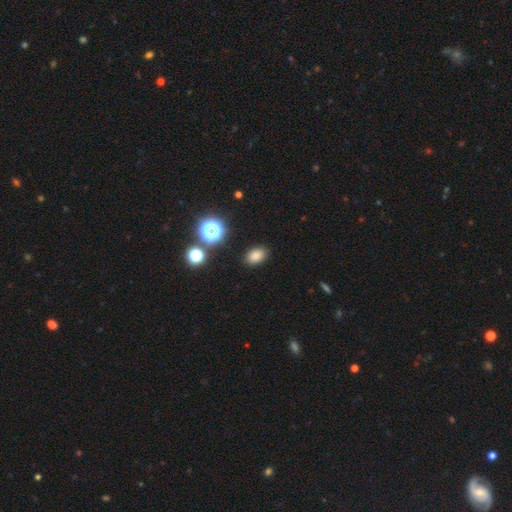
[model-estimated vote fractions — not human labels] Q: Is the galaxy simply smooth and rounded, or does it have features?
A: smooth — 81%.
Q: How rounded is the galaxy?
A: in between — 80%.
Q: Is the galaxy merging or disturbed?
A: none — 88%.